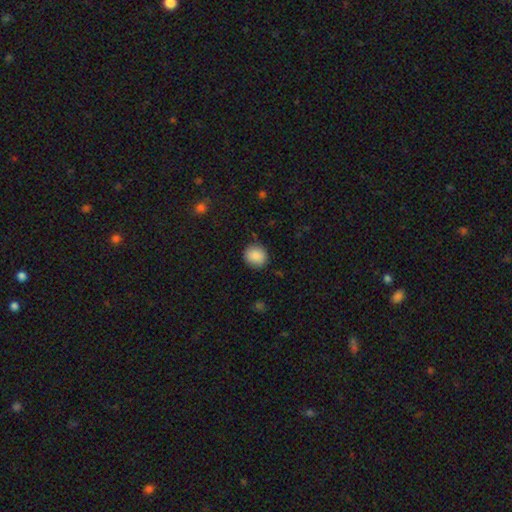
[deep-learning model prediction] A smooth galaxy with no disk features (88%) that is round (84%). Merging: none (87%).